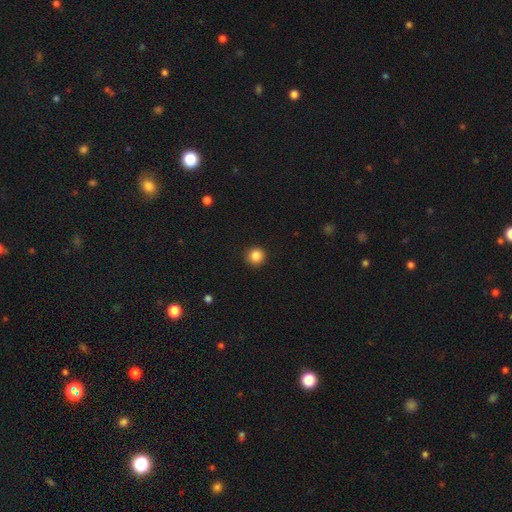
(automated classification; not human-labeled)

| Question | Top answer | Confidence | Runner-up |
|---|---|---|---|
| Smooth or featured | smooth | 87% | star or artifact (10%) |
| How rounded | round | 94% | in between (5%) |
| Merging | none | 92% | minor disturbance (5%) |